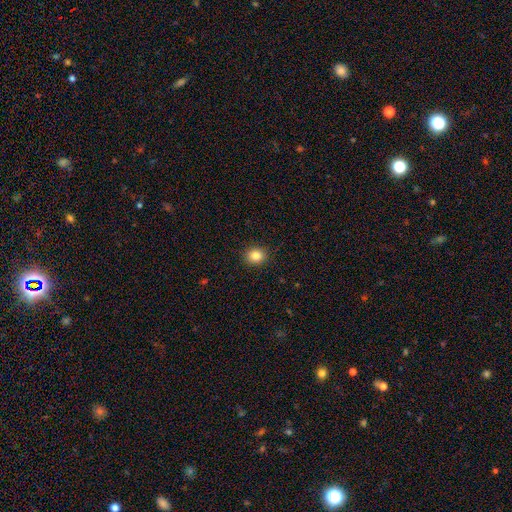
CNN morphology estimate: A smooth galaxy with no disk features (84%) that is round (77%).

Vote fractions:
- Smooth or featured? smooth: 84% / star or artifact: 11% / featured or disk: 6%
- How rounded? round: 77% / in between: 22% / cigar-shaped: 1%
- Merging? none: 91% / minor disturbance: 6% / major disturbance: 2% / merger: 1%